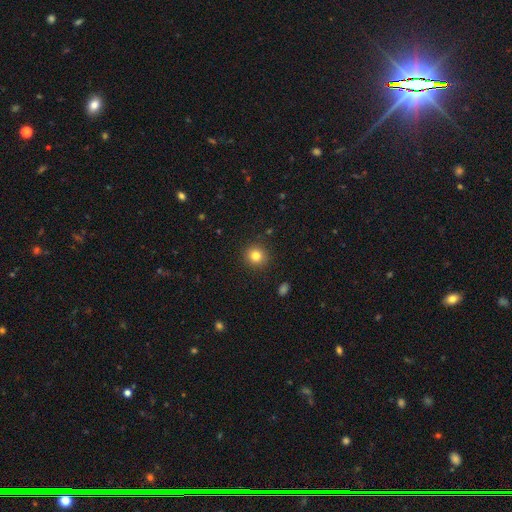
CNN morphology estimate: smooth 82%, star or artifact 12%, featured or disk 7%. Down the decision tree: how rounded — round (91%); merging — none (91%).